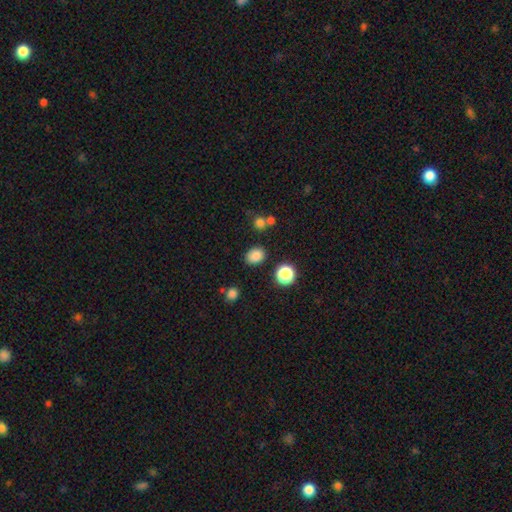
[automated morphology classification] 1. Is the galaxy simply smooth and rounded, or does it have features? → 83% smooth, 13% star or artifact, 4% featured or disk.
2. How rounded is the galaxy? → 59% in between, 40% round, 1% cigar-shaped.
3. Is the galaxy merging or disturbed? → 82% none, 11% minor disturbance, 5% merger, 3% major disturbance.